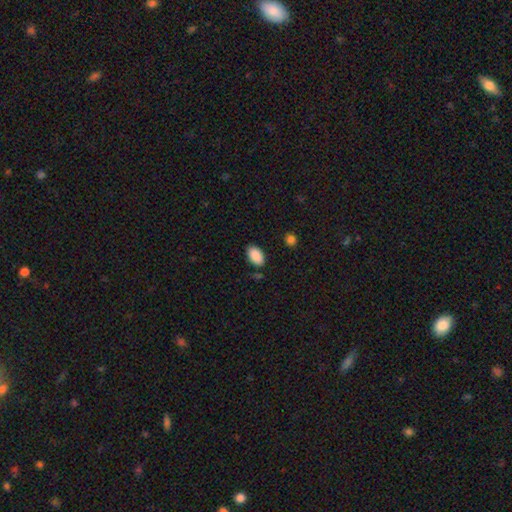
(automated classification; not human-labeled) The model was most divided on "merging": none: 83%, minor disturbance: 12%, major disturbance: 3%, merger: 3%. More confident: how rounded — in between (93%); smooth or featured — smooth (90%).